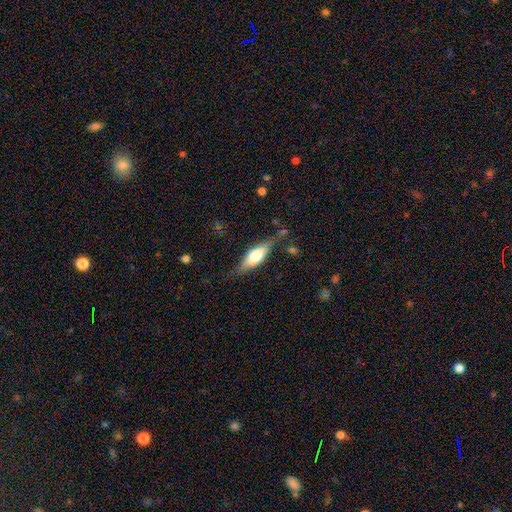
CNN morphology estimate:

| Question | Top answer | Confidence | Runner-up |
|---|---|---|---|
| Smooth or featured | smooth | 52% | featured or disk (42%) |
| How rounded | in between | 64% | cigar-shaped (33%) |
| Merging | none | 68% | minor disturbance (21%) |